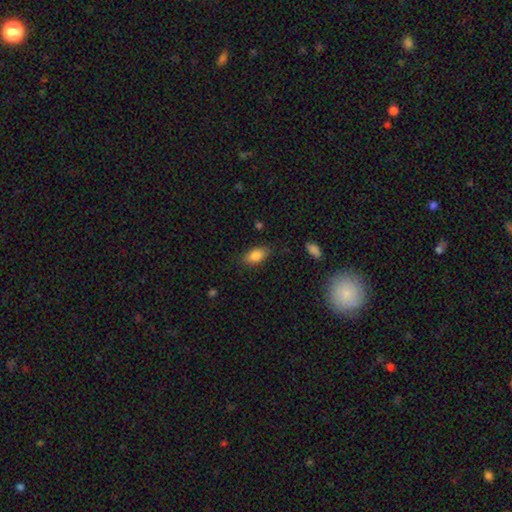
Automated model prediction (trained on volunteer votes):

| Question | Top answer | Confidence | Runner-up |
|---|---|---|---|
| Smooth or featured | smooth | 83% | featured or disk (9%) |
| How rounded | in between | 88% | round (6%) |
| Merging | none | 80% | minor disturbance (14%) |